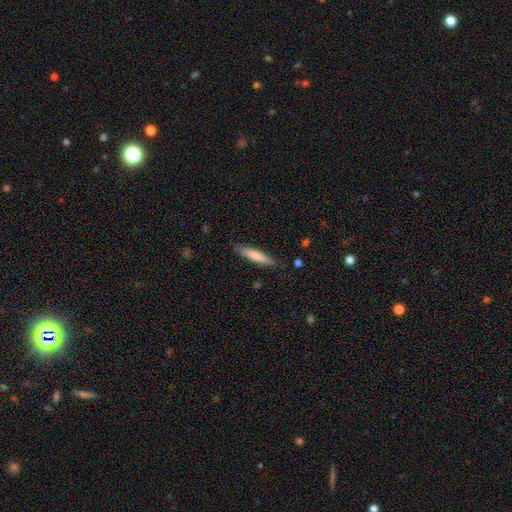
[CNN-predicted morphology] Overall: smooth (72%). How rounded: cigar-shaped (87%). Merging: none (87%).